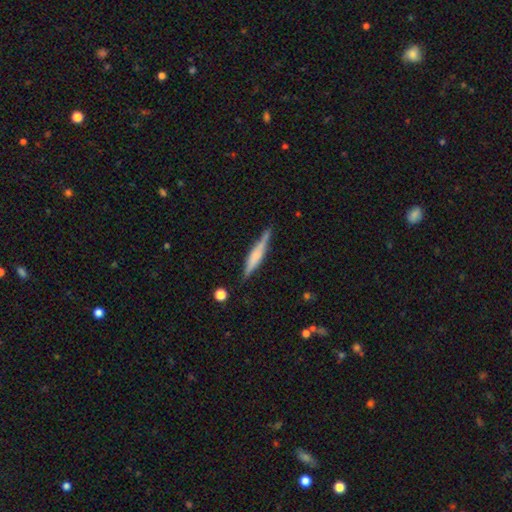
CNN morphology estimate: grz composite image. It shows a featured or disk galaxy (56%) viewed edge-on (97%) with a boxy central bulge (40%). Merging: none (84%).